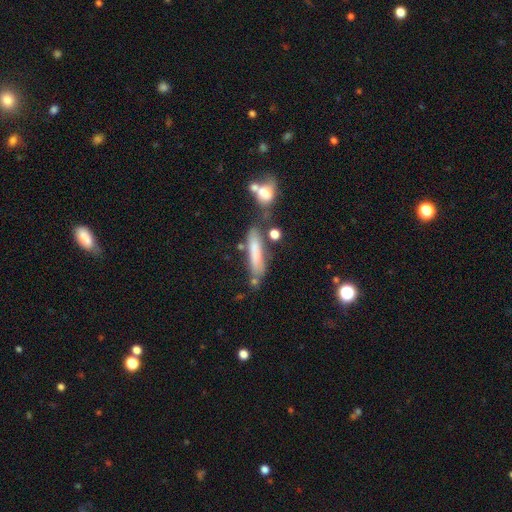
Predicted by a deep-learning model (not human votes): smooth_or_featured: smooth (p=0.65) [alt: featured or disk p=0.25]
how_rounded: cigar-shaped (p=0.78) [alt: in between p=0.19]
merging: none (p=0.58) [alt: minor disturbance p=0.19]